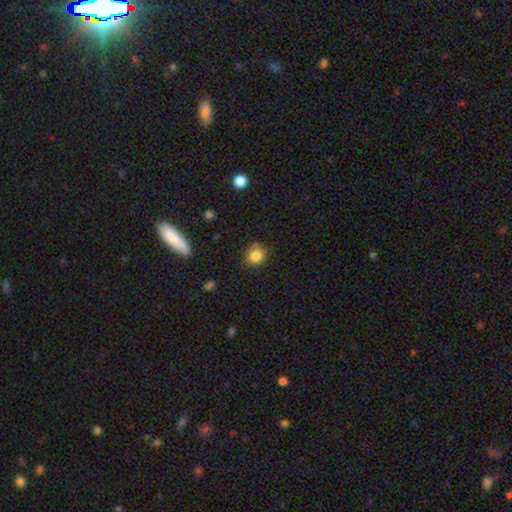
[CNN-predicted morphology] The model was most divided on "merging": none: 78%, minor disturbance: 16%, merger: 3%, major disturbance: 3%. More confident: how rounded — round (83%); smooth or featured — smooth (83%).